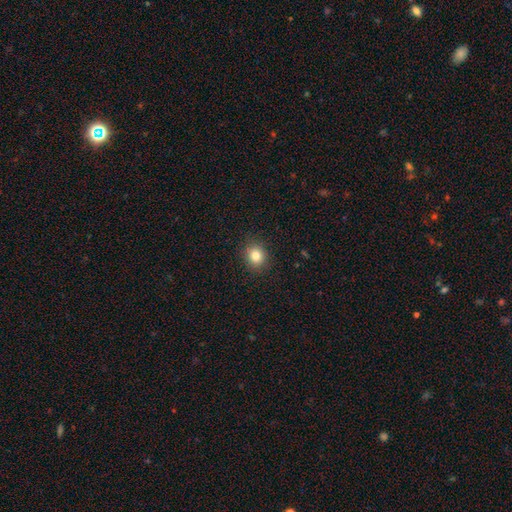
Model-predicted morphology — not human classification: Smooth or featured? smooth (83%)
How rounded? round (76%)
Merging? none (89%)